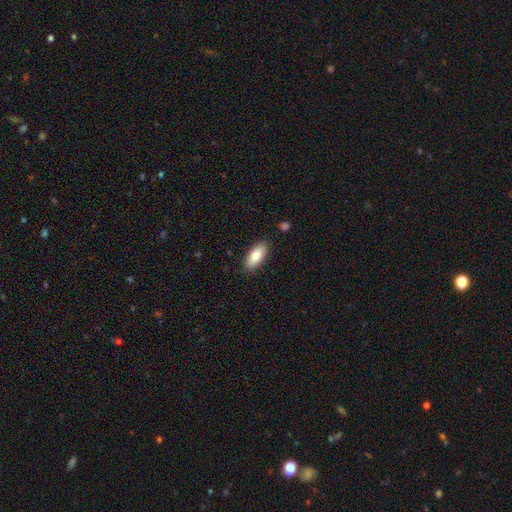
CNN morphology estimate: Q: Smooth or featured?
A: smooth (80%); runner-up: featured or disk (13%)
Q: How rounded?
A: in between (87%); runner-up: cigar-shaped (11%)
Q: Merging?
A: none (87%); runner-up: minor disturbance (10%)